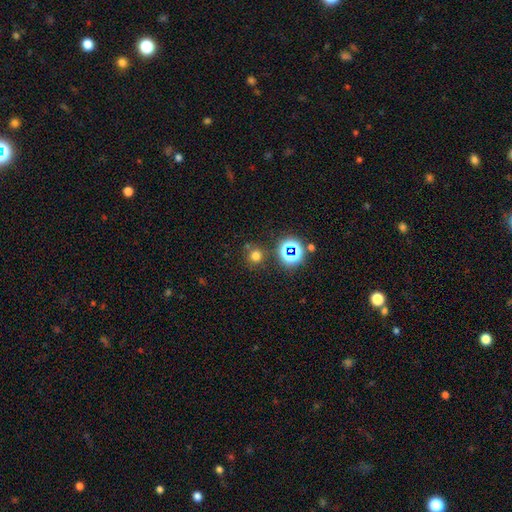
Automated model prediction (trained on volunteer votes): Smooth or featured? Predicted: smooth (p=0.67). How rounded? Predicted: round (p=0.91). Merging? Predicted: none (p=0.78).